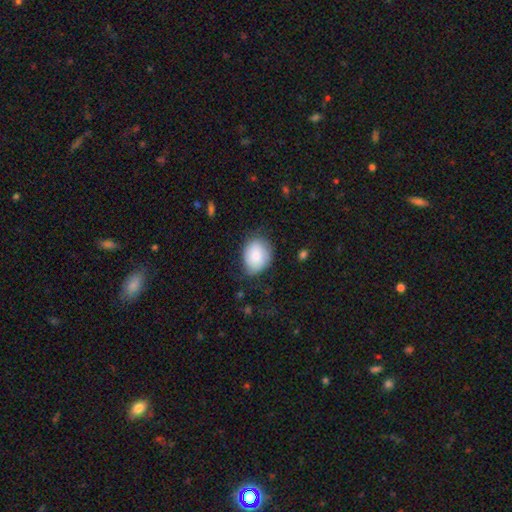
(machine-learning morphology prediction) Q: Smooth or featured?
A: smooth (82%); runner-up: featured or disk (11%)
Q: How rounded?
A: in between (60%); runner-up: round (39%)
Q: Merging?
A: none (63%); runner-up: minor disturbance (27%)